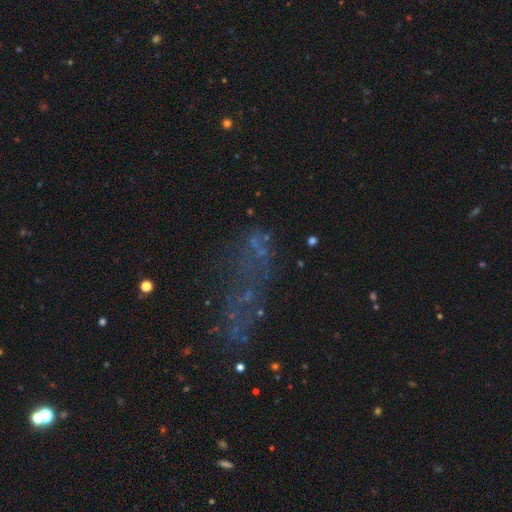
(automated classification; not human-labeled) smooth_or_featured: star or artifact (p=0.42) [alt: featured or disk p=0.33]